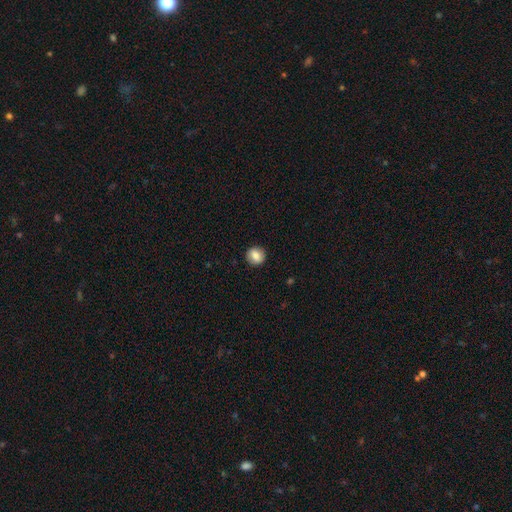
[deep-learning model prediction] The model was most divided on "smooth or featured": smooth: 78%, featured or disk: 14%, star or artifact: 8%. More confident: merging — none (90%); how rounded — round (86%).